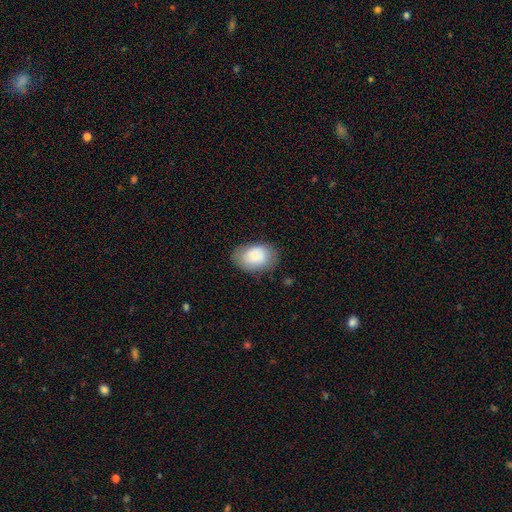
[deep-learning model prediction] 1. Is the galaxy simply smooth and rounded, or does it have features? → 83% smooth, 10% featured or disk, 7% star or artifact.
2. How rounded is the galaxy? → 83% in between, 16% round, 1% cigar-shaped.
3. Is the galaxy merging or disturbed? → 72% none, 21% minor disturbance, 6% major disturbance, 2% merger.